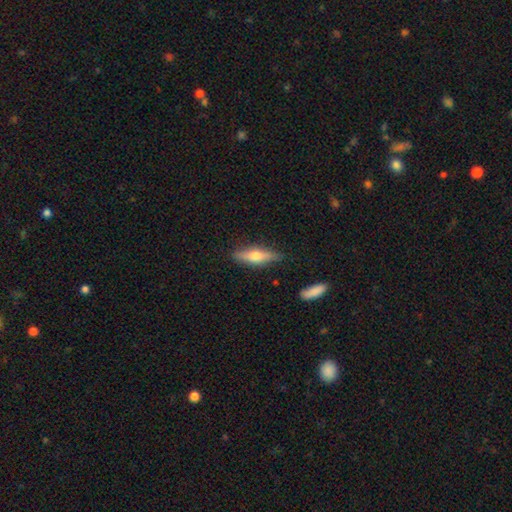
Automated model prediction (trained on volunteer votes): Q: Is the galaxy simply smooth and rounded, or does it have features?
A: featured or disk — 47%.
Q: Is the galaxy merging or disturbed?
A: none — 84%.